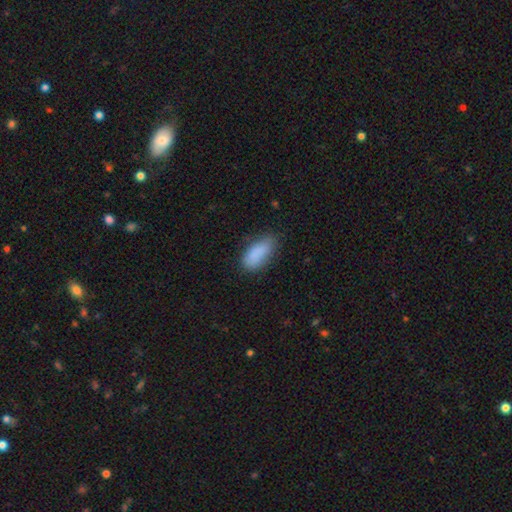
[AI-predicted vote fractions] A smooth galaxy with no disk features (87%) that is in between round and cigar-shaped (88%). Merging: none (70%).